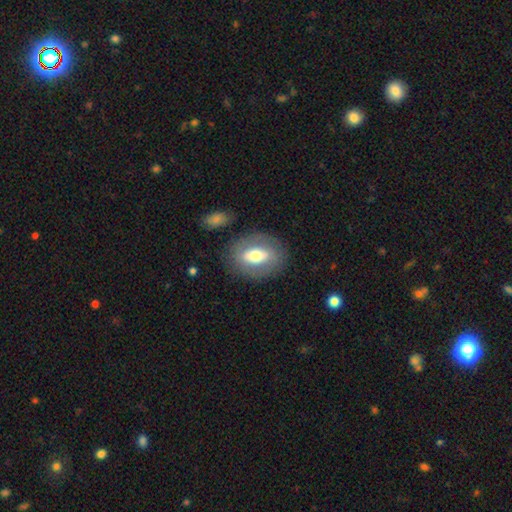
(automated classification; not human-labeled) Smooth or featured? Predicted: smooth (p=0.49). Merging? Predicted: none (p=0.80).